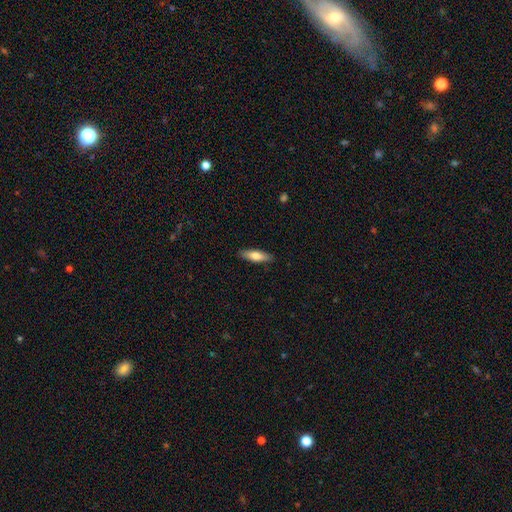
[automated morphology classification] smooth_or_featured: smooth (p=0.70) [alt: featured or disk p=0.24]
how_rounded: cigar-shaped (p=0.54) [alt: in between p=0.44]
merging: none (p=0.89) [alt: minor disturbance p=0.09]